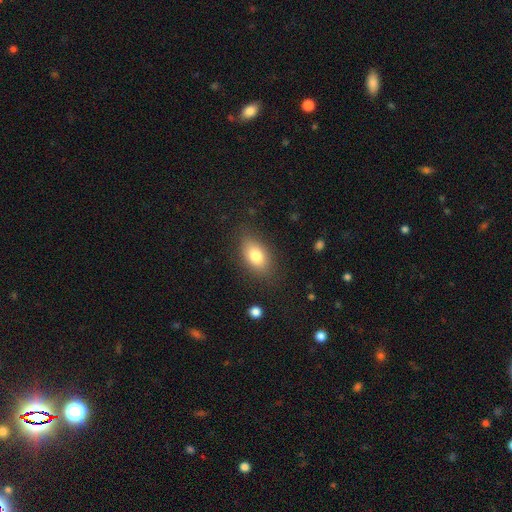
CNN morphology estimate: A smooth galaxy with no disk features (79%) that is in between round and cigar-shaped (88%). Merging: none (81%).